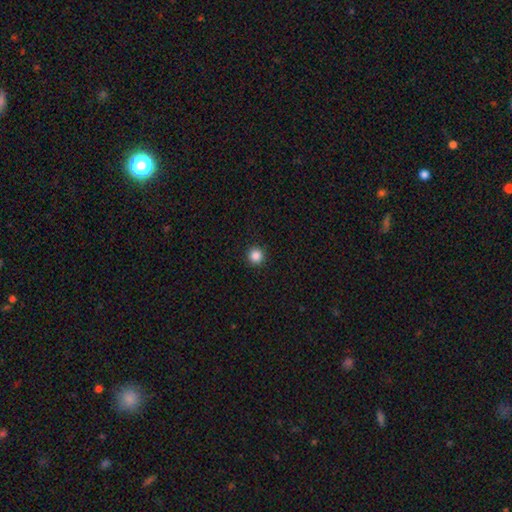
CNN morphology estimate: Smooth or featured? Predicted: smooth (p=0.86). How rounded? Predicted: round (p=0.96). Merging? Predicted: none (p=0.93).